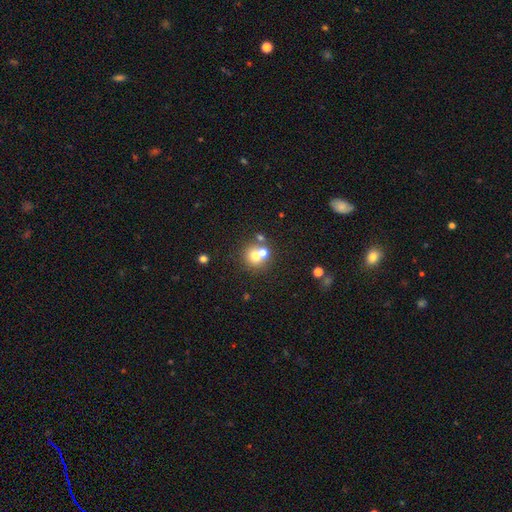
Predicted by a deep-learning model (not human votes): Smooth or featured? Predicted: smooth (p=0.67). How rounded? Predicted: round (p=0.89). Merging? Predicted: none (p=0.53).